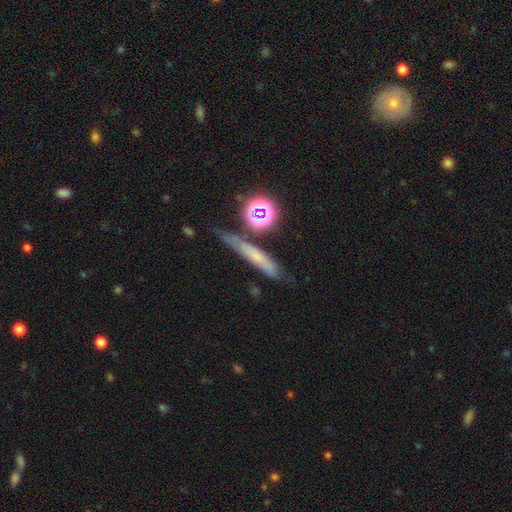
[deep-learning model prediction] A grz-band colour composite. It shows a smooth galaxy with no disk features (44%). Merging: none (62%).